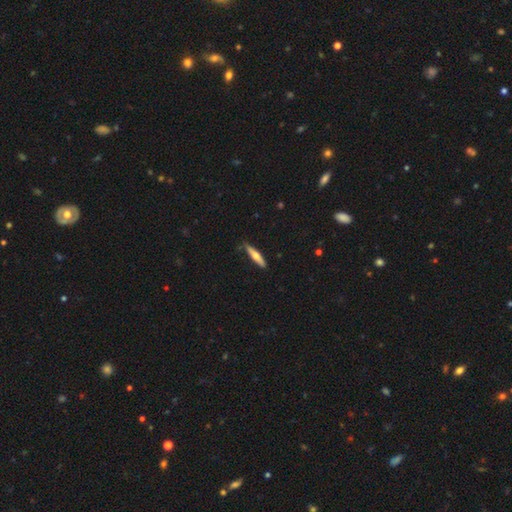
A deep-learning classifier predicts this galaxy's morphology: smooth-or-featured: smooth: 52% | featured or disk: 43% | star or artifact: 5%
  how-rounded: cigar-shaped: 84% | in between: 14% | round: 2%
  merging: none: 80% | minor disturbance: 16% | major disturbance: 3% | merger: 2%